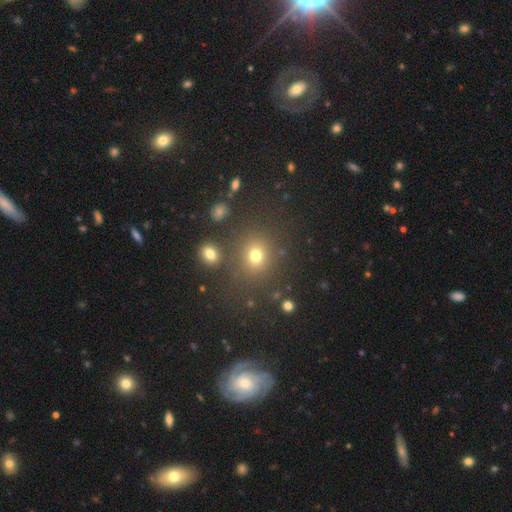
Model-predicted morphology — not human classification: smooth_or_featured: smooth (p=0.74) [alt: star or artifact p=0.19]
how_rounded: round (p=0.79) [alt: in between p=0.20]
merging: none (p=0.78) [alt: minor disturbance p=0.09]